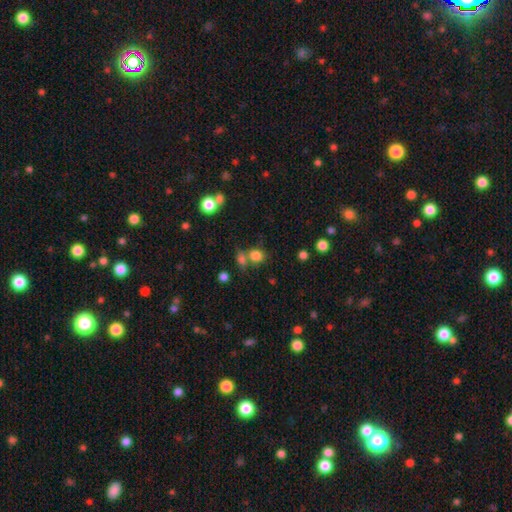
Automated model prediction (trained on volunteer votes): Morphology: type=smooth (80%); roundness=round (69%); merging=none (54%).